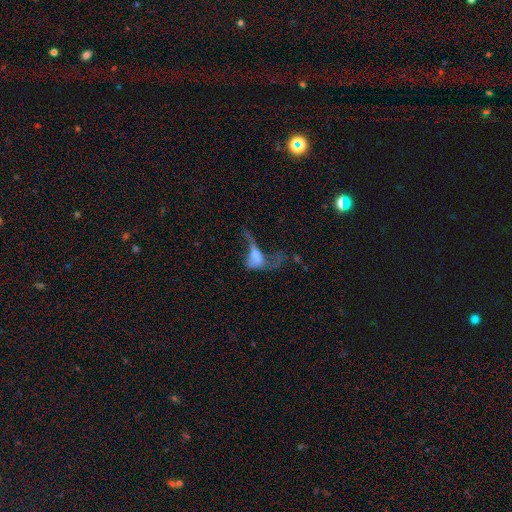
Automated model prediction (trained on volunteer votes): Smooth or featured? featured or disk (46%)
Merging? major disturbance (64%)